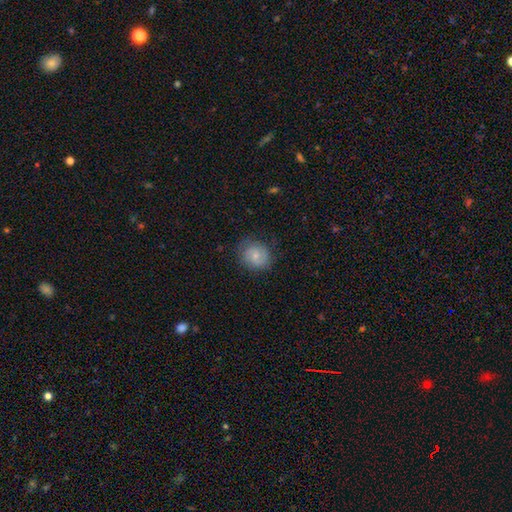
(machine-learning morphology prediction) Overall: smooth (59%; featured or disk 33%). How rounded: round (77%). Merging: none (76%).